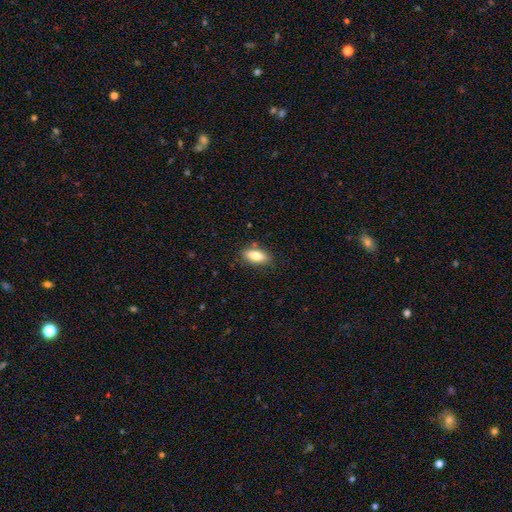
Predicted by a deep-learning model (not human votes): Smooth or featured: smooth — 81% (featured or disk — 12%)
How rounded: in between — 81% (cigar-shaped — 16%)
Merging: none — 83% (minor disturbance — 12%)